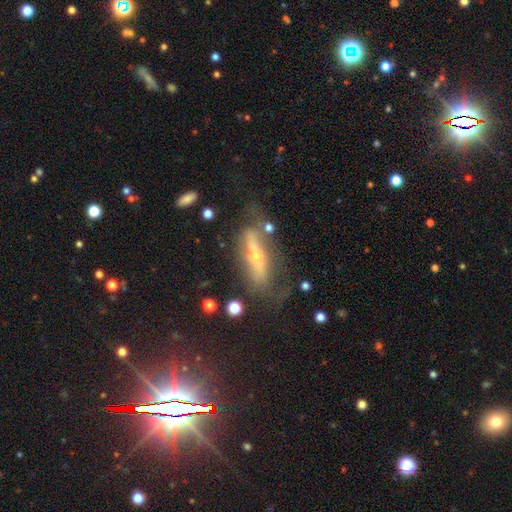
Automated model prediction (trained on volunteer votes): smooth-or-featured: featured or disk: 66% | smooth: 25% | star or artifact: 9%
  disk-edge-on: yes: 51% | no: 49%
  merging: none: 53% | minor disturbance: 23% | major disturbance: 19% | merger: 5%